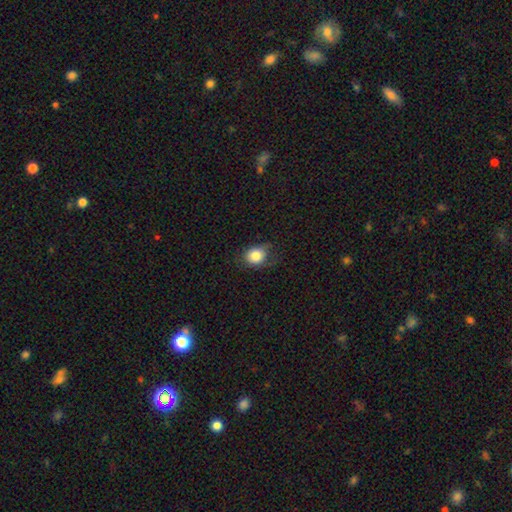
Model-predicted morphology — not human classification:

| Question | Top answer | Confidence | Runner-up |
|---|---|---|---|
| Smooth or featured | smooth | 83% | star or artifact (10%) |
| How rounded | round | 61% | in between (38%) |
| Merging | none | 66% | minor disturbance (25%) |